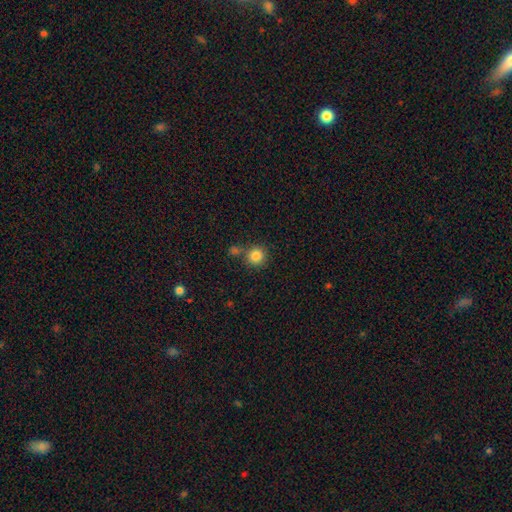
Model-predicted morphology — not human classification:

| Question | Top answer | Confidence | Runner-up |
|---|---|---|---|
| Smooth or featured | smooth | 84% | star or artifact (10%) |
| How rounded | round | 92% | in between (7%) |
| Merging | none | 70% | merger (16%) |